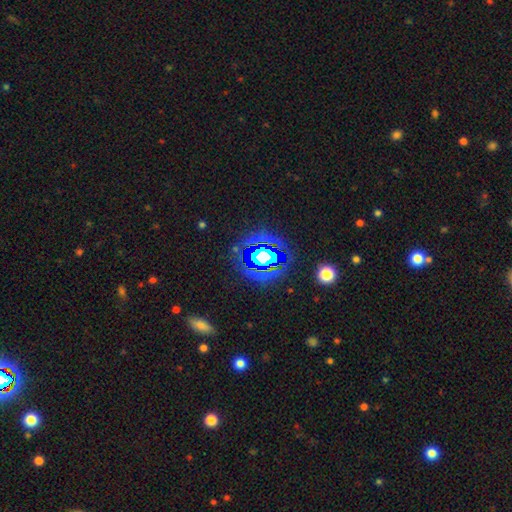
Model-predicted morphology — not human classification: A star or artifact, not a galaxy (76%).